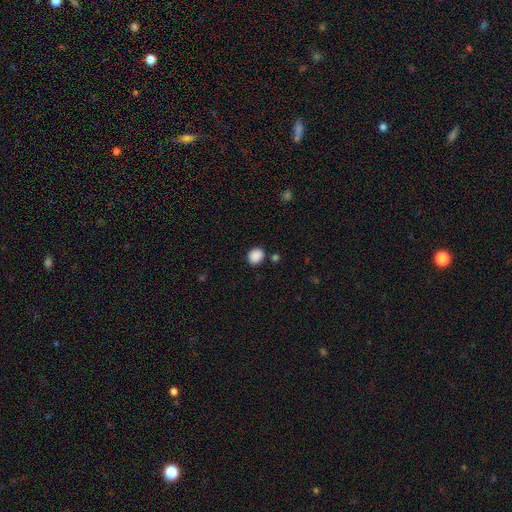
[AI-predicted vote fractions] Q: Smooth or featured?
A: smooth (88%); runner-up: star or artifact (9%)
Q: How rounded?
A: round (64%); runner-up: in between (35%)
Q: Merging?
A: none (84%); runner-up: minor disturbance (9%)